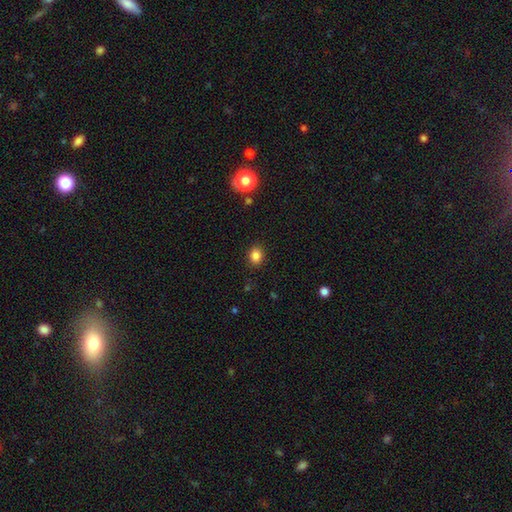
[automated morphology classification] A smooth galaxy with no disk features (84%) that is round (60%). Merging: none (89%).